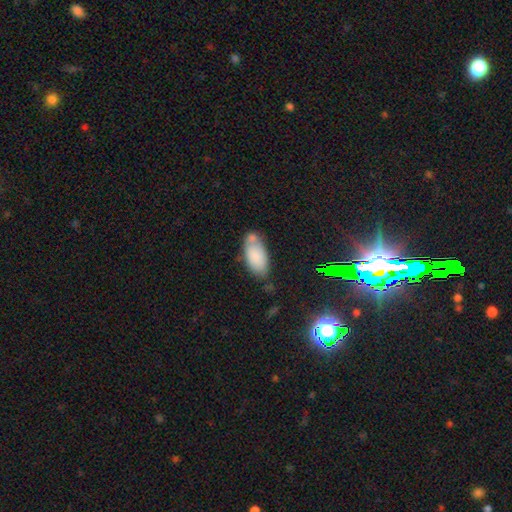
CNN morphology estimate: smooth-or-featured: smooth: 81% | featured or disk: 11% | star or artifact: 8%
  how-rounded: in between: 89% | cigar-shaped: 8% | round: 2%
  merging: none: 50% | minor disturbance: 23% | merger: 20% | major disturbance: 7%